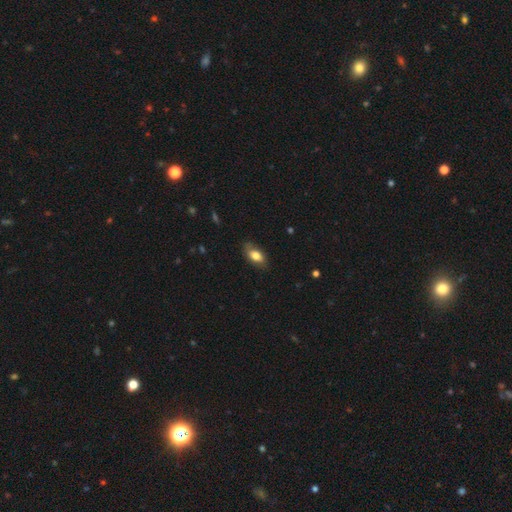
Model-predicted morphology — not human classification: Smooth or featured? Predicted: smooth (p=0.77). How rounded? Predicted: in between (p=0.89). Merging? Predicted: none (p=0.75).